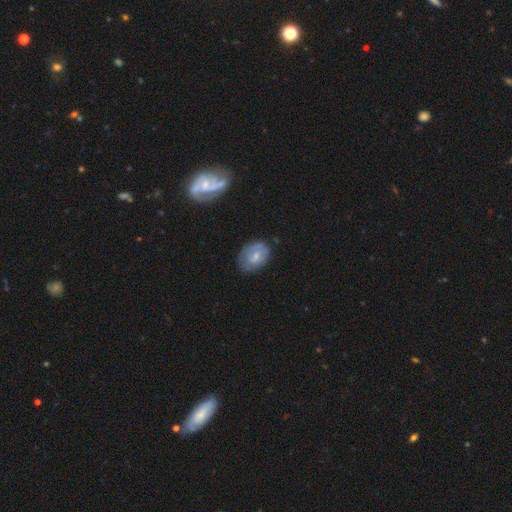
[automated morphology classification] The model was most divided on "smooth or featured": smooth: 61%, featured or disk: 32%, star or artifact: 7%. More confident: how rounded — in between (75%); merging — none (68%).